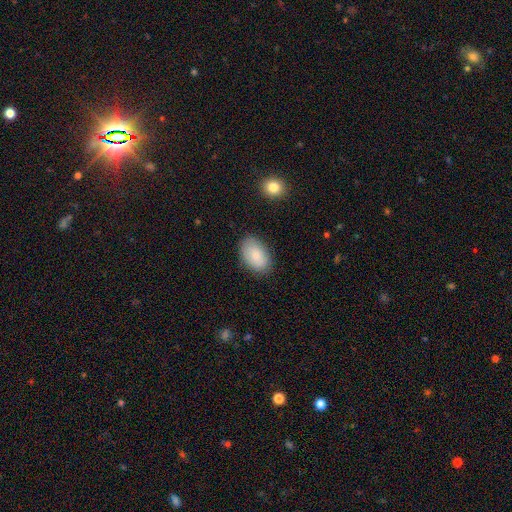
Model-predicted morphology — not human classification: smooth-or-featured: smooth: 79% | featured or disk: 14% | star or artifact: 7%
  how-rounded: in between: 90% | round: 9% | cigar-shaped: 1%
  merging: none: 82% | minor disturbance: 14% | major disturbance: 3% | merger: 1%